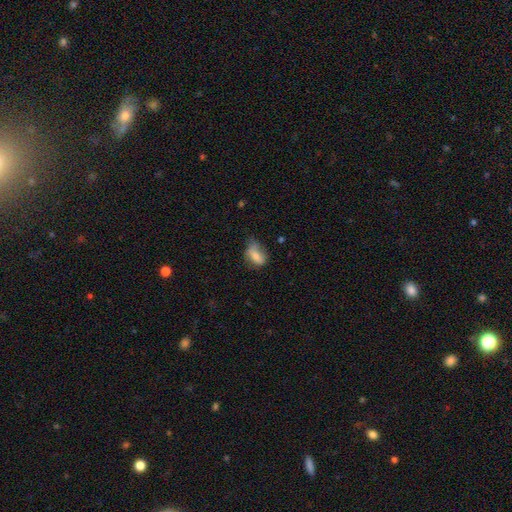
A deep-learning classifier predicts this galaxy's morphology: A smooth galaxy with no disk features (72%) that is in between round and cigar-shaped (82%). Merging: minor disturbance (40%).